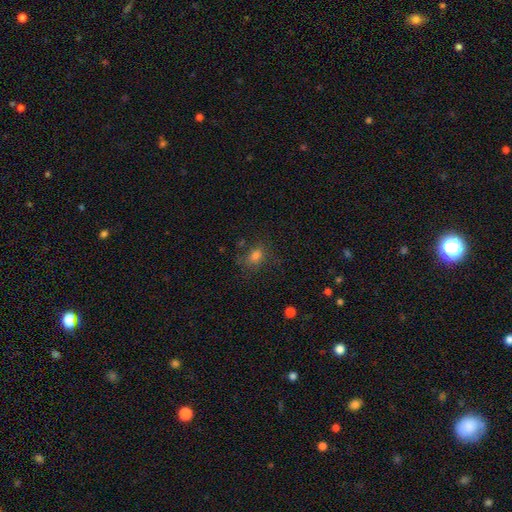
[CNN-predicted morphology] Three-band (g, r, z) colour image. It shows a smooth galaxy with no disk features (71%) that is in between round and cigar-shaped (52%). Merging: none (64%).